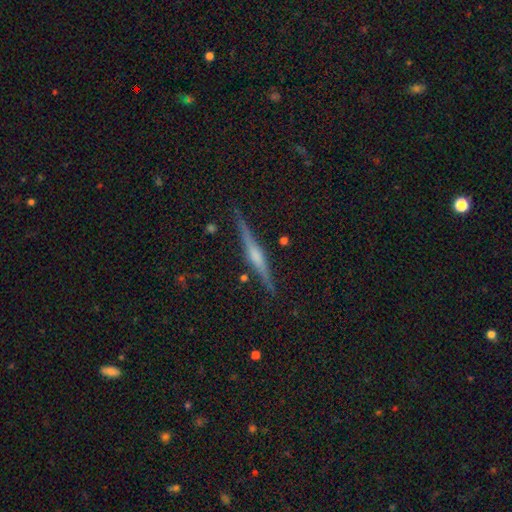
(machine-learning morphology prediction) type=featured or disk (74%); edge-on=yes (98%); edge-on bulge=rounded (63%); merging=none (88%).